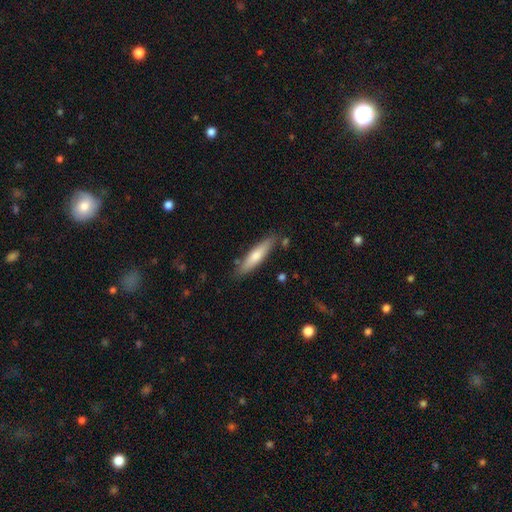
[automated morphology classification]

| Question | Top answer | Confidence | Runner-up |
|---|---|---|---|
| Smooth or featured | smooth | 63% | featured or disk (31%) |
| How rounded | cigar-shaped | 82% | in between (16%) |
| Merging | none | 83% | minor disturbance (12%) |